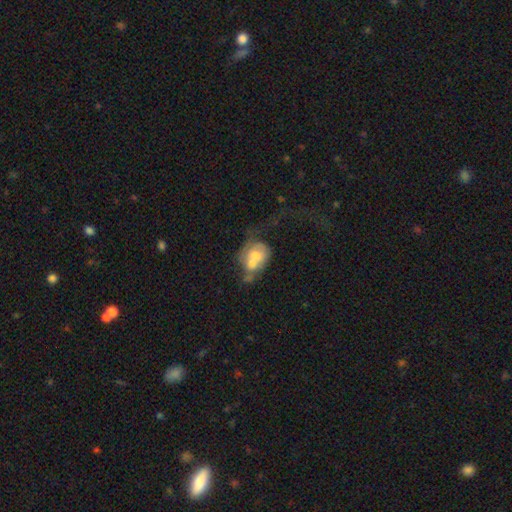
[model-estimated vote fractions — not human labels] Smooth or featured? featured or disk (47%)
Merging? merger (53%)